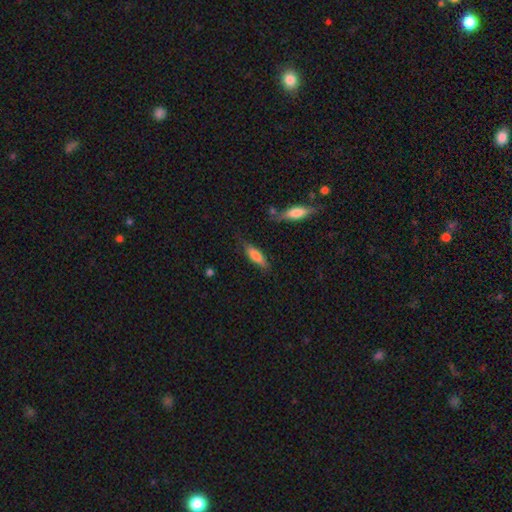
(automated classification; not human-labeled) Smooth or featured? smooth (78%)
How rounded? cigar-shaped (54%)
Merging? none (73%)